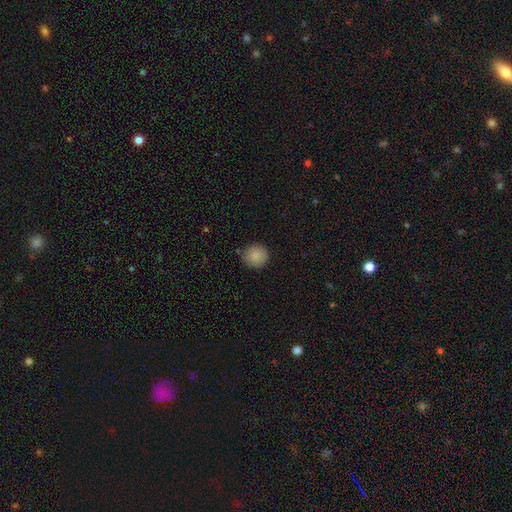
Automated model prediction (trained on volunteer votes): Smooth or featured: smooth — 87% (star or artifact — 9%)
How rounded: round — 92% (in between — 7%)
Merging: none — 86% (minor disturbance — 10%)